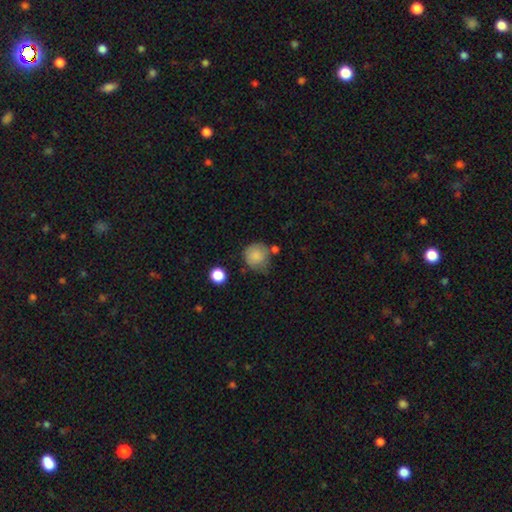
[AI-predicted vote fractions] smooth-or-featured: smooth: 83% | star or artifact: 9% | featured or disk: 8%
  how-rounded: round: 88% | in between: 11% | cigar-shaped: 1%
  merging: none: 58% | minor disturbance: 27% | major disturbance: 8% | merger: 8%